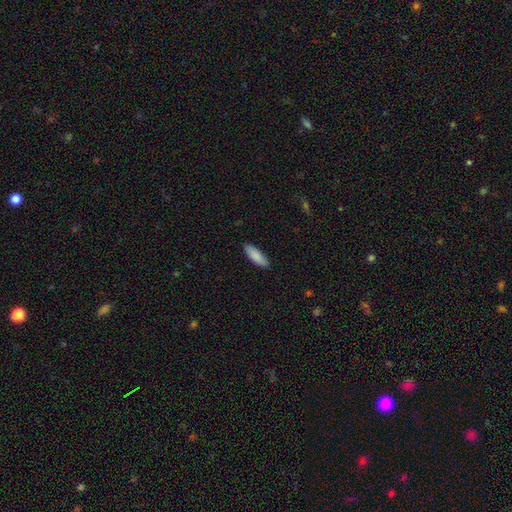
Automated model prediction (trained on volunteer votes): Overall: smooth (88%). How rounded: in between (57%; cigar-shaped 42%). Merging: none (89%).